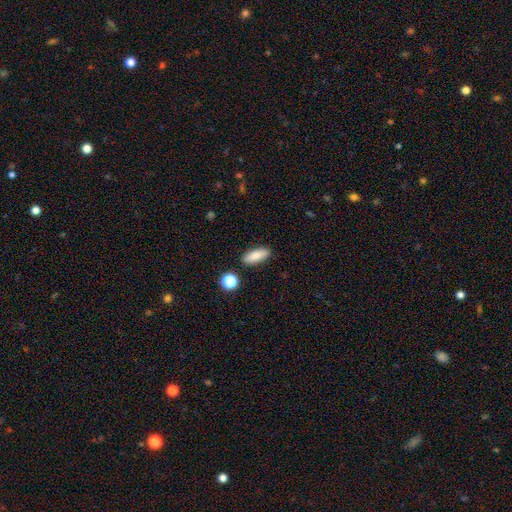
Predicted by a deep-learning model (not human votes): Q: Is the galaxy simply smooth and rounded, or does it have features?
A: smooth — 83%.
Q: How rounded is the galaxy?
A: in between — 67%.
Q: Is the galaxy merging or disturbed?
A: none — 87%.